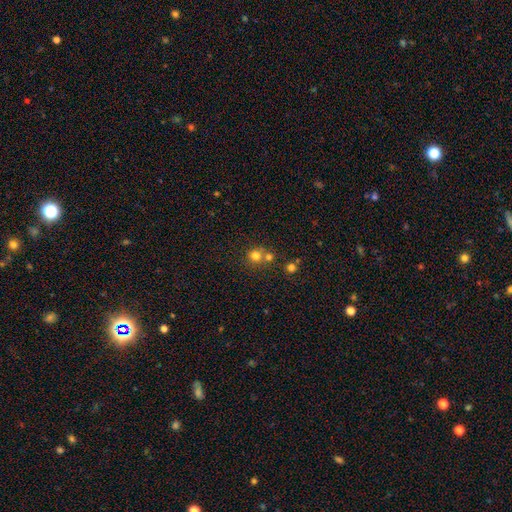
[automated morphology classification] A smooth galaxy with no disk features (74%) that is round (86%). Merging: none (54%).